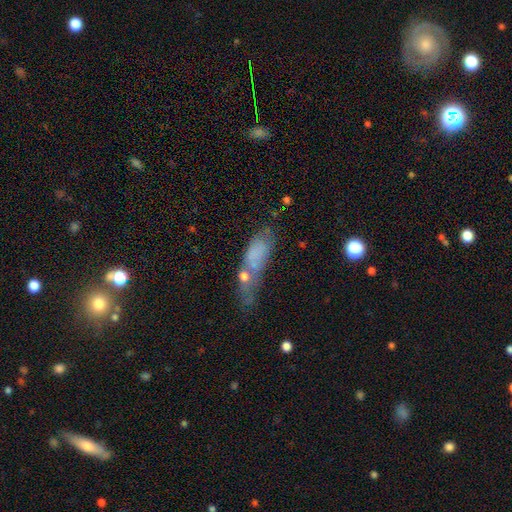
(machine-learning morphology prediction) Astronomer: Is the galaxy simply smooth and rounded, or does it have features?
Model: smooth — 58%.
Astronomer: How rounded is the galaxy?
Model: in between — 58% (runner-up: cigar-shaped, 37%).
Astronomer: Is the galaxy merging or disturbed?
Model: none — 35% (runner-up: minor disturbance, 23%).